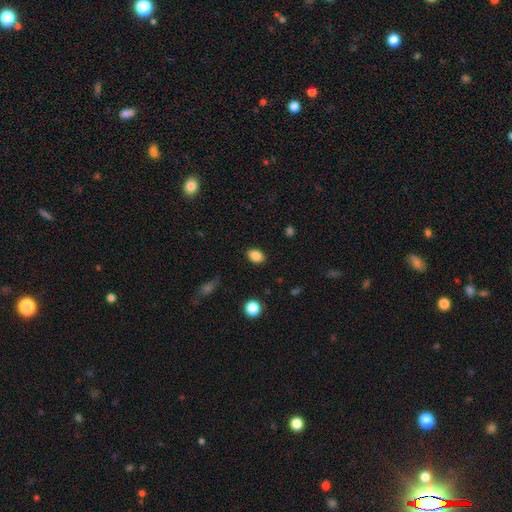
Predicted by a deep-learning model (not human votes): smooth 87%, star or artifact 9%, featured or disk 4%. Down the decision tree: how rounded — in between (74%); merging — none (87%).